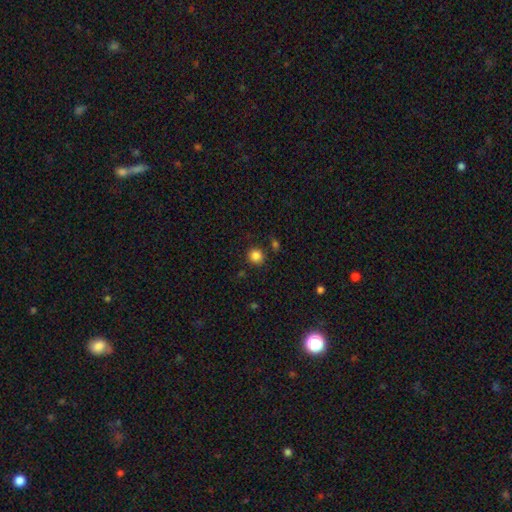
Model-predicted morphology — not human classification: A smooth galaxy with no disk features (85%) that is round (91%). Merging: none (85%).